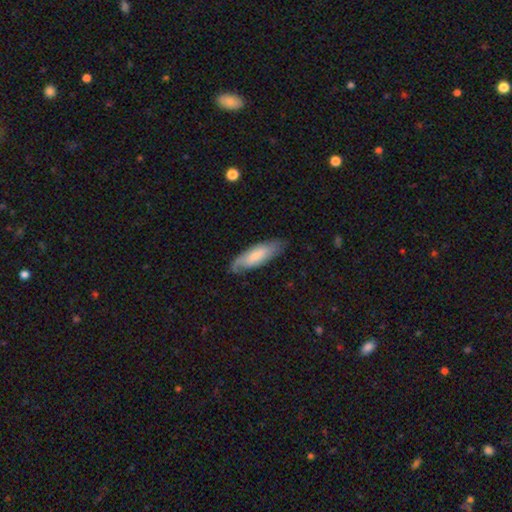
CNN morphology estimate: The model was most divided on "how rounded": in between: 58%, cigar-shaped: 40%, round: 2%. More confident: merging — none (72%); smooth or featured — smooth (56%).